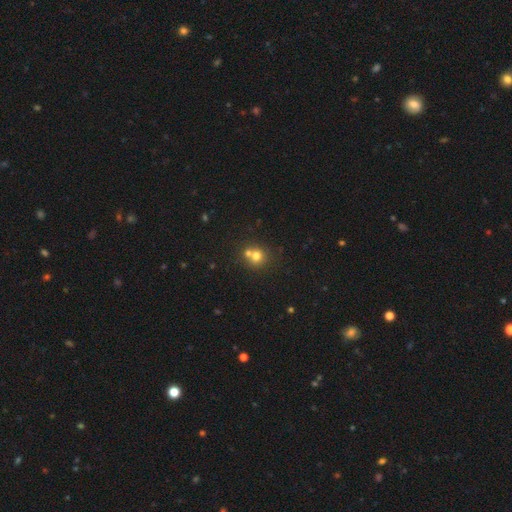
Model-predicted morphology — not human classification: Smooth or featured? Predicted: smooth (p=0.72). How rounded? Predicted: round (p=0.86). Merging? Predicted: none (p=0.48).